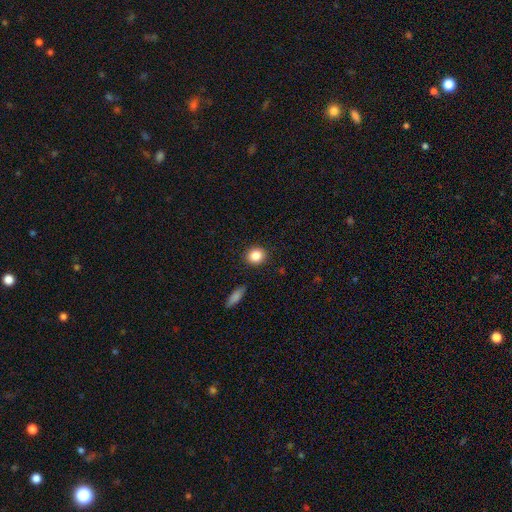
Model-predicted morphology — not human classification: The model was most divided on "how rounded": round: 78%, in between: 20%, cigar-shaped: 1%. More confident: merging — none (89%); smooth or featured — smooth (86%).